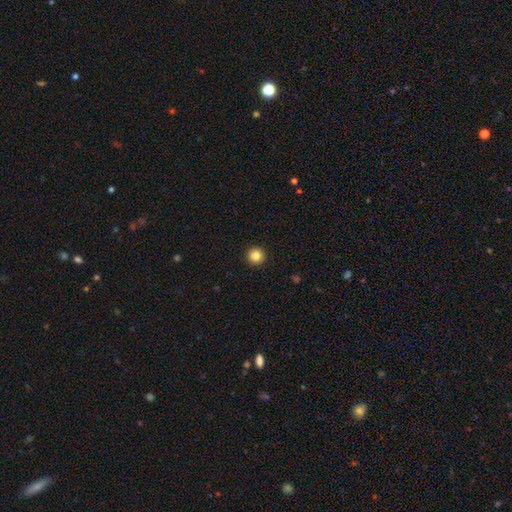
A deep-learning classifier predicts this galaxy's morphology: A smooth galaxy with no disk features (84%) that is round (96%). Merging: none (94%).